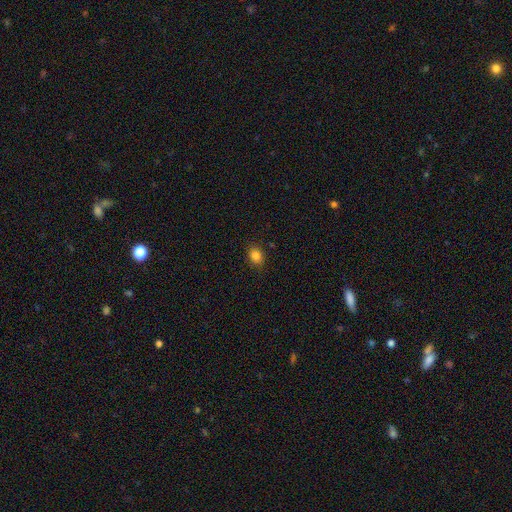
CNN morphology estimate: Smooth or featured: smooth — 84% (star or artifact — 11%)
How rounded: in between — 56% (round — 43%)
Merging: none — 87% (minor disturbance — 10%)